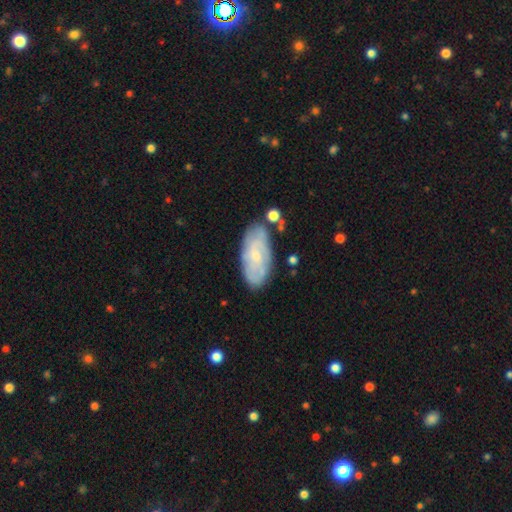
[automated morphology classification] Q: Smooth or featured?
A: featured or disk (54%); runner-up: smooth (39%)
Q: Edge-on disk?
A: no (91%); runner-up: yes (9%)
Q: Merging?
A: none (75%); runner-up: minor disturbance (17%)